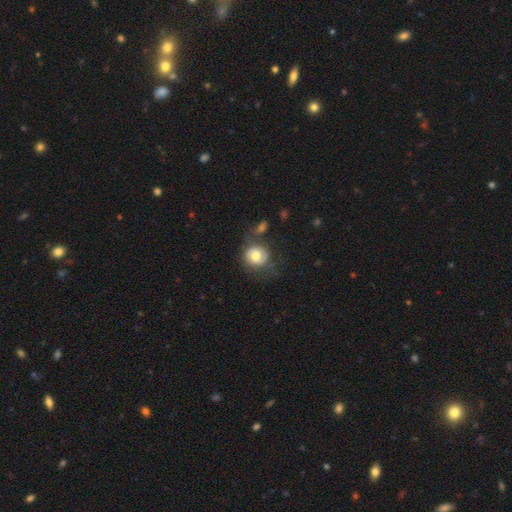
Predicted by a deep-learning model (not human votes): smooth_or_featured: smooth (p=0.65) [alt: featured or disk p=0.27]
how_rounded: round (p=0.81) [alt: in between p=0.18]
merging: none (p=0.52) [alt: minor disturbance p=0.24]